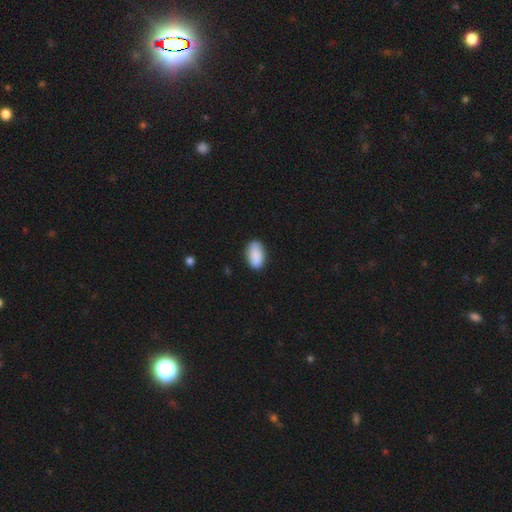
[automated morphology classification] smooth-or-featured: smooth: 89% | star or artifact: 6% | featured or disk: 5%
  how-rounded: in between: 93% | round: 4% | cigar-shaped: 3%
  merging: none: 85% | minor disturbance: 12% | major disturbance: 2% | merger: 1%